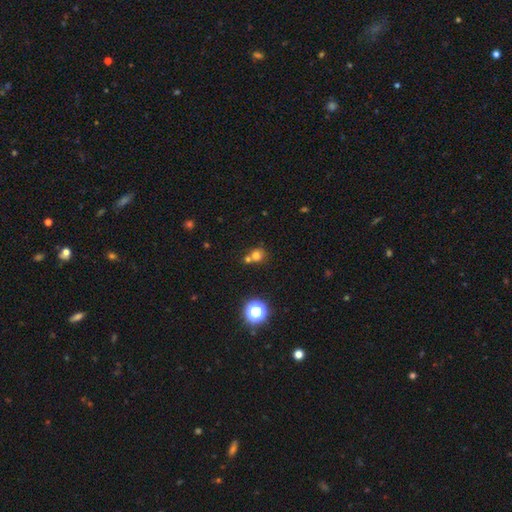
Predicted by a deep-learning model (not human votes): Smooth or featured?
  - smooth: 71% *
  - star or artifact: 19%
  - featured or disk: 10%
How rounded?
  - round: 83% *
  - in between: 16%
  - cigar-shaped: 1%
Merging?
  - none: 51% *
  - merger: 37%
  - minor disturbance: 9%
  - major disturbance: 3%